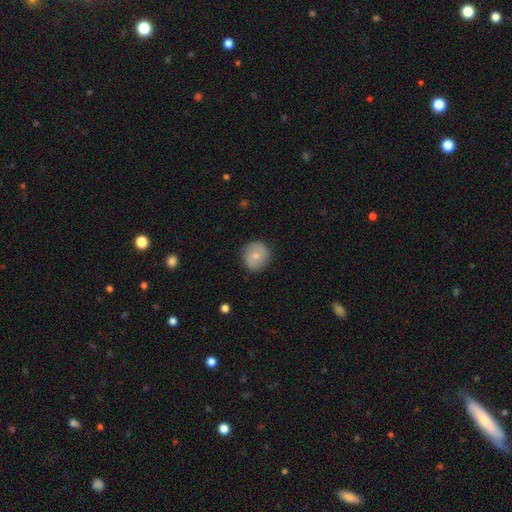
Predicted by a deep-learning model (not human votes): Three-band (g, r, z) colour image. It shows a smooth galaxy with no disk features (67%) that is round (90%). Merging: none (85%).